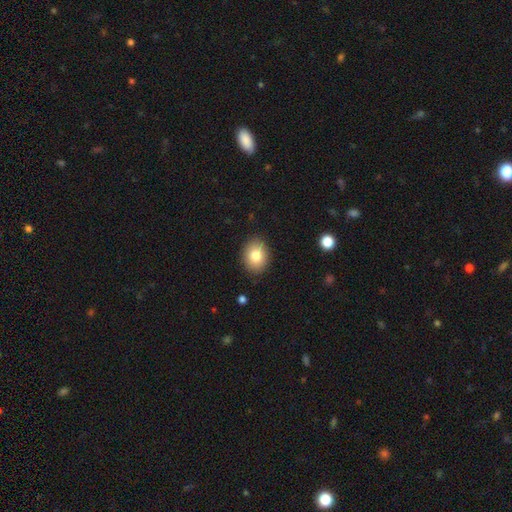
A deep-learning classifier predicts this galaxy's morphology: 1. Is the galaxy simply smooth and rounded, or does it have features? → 81% smooth, 10% featured or disk, 9% star or artifact.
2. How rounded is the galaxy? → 56% in between, 43% round, 1% cigar-shaped.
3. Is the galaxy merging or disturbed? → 88% none, 8% minor disturbance, 2% major disturbance, 1% merger.